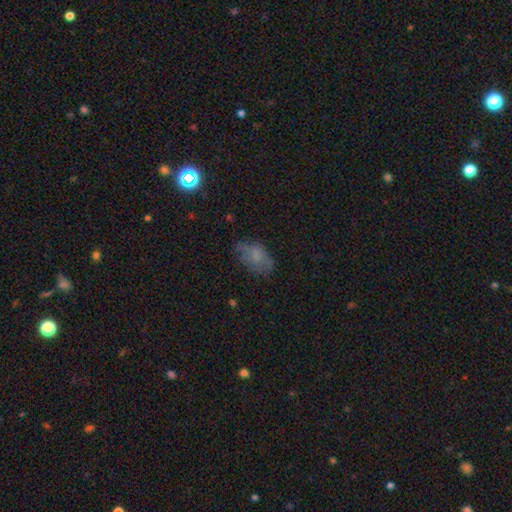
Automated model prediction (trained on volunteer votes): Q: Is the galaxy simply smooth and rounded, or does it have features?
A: smooth — 66%.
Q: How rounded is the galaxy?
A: in between — 89%.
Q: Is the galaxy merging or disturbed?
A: none — 56%.